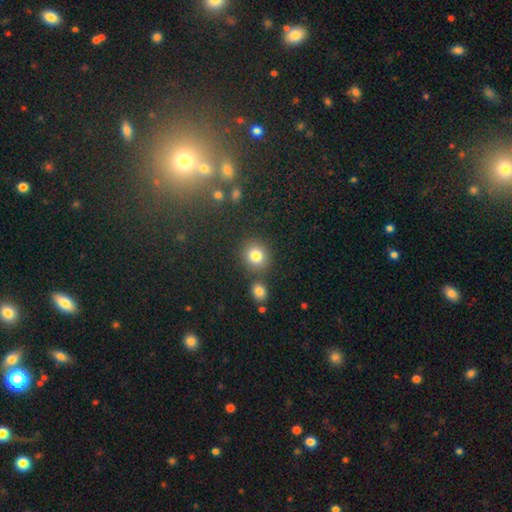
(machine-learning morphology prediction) A smooth galaxy with no disk features (82%) that is round (82%). Merging: none (78%).